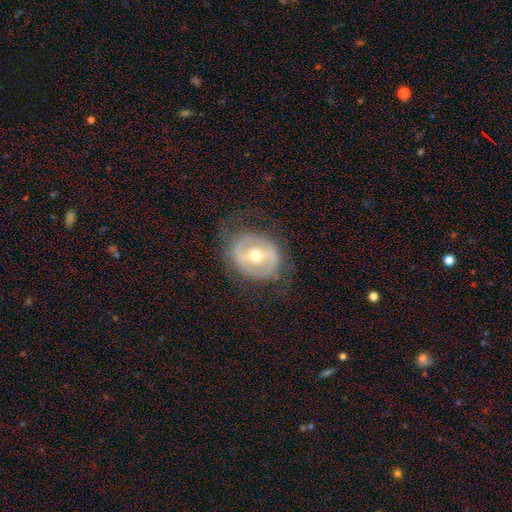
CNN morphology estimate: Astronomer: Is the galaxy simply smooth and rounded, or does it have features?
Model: featured or disk — 64%.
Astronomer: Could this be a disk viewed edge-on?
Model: no — 95%.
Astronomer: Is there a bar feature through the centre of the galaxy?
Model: no — 39% (runner-up: weak, 34%).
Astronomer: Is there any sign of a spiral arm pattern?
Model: no — 56% (runner-up: yes, 44%).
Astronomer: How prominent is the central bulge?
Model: moderate — 71%.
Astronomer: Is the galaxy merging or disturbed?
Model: none — 73%.